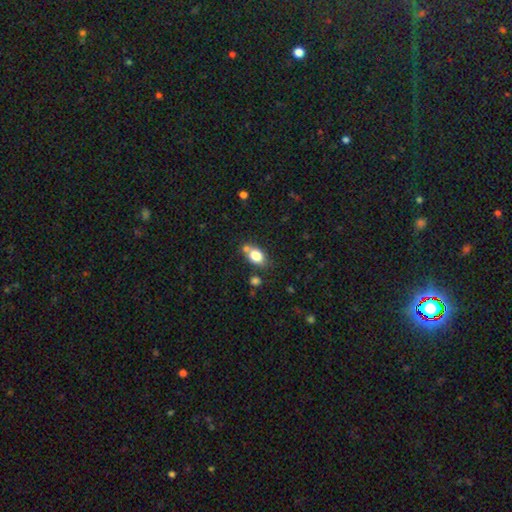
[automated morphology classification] A smooth galaxy with no disk features (80%) that is in between round and cigar-shaped (76%). Merging: none (60%).